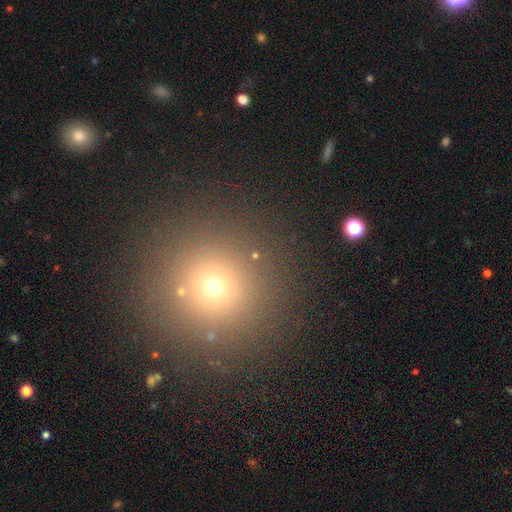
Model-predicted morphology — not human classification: A smooth galaxy with no disk features (62%) that is round (93%).

Vote fractions:
- Smooth or featured? smooth: 62% / star or artifact: 29% / featured or disk: 9%
- How rounded? round: 93% / in between: 6% / cigar-shaped: 1%
- Merging? none: 84% / minor disturbance: 7% / merger: 5% / major disturbance: 4%